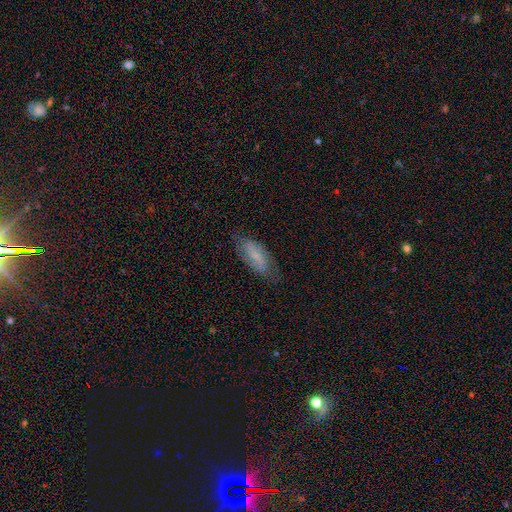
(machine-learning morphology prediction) featured or disk 57%, smooth 36%, star or artifact 8%. Down the decision tree: edge-on disk — no (90%); bar — weak (46%); spiral arms — yes (87%); bulge size — small (63%); merging — none (74%).